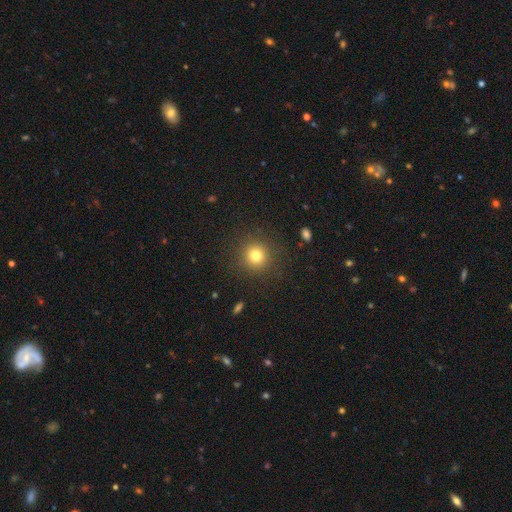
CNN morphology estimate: A smooth galaxy with no disk features (78%) that is round (93%).

Vote fractions:
- Smooth or featured? smooth: 78% / star or artifact: 14% / featured or disk: 8%
- How rounded? round: 93% / in between: 6% / cigar-shaped: 1%
- Merging? none: 89% / minor disturbance: 7% / major disturbance: 3% / merger: 1%